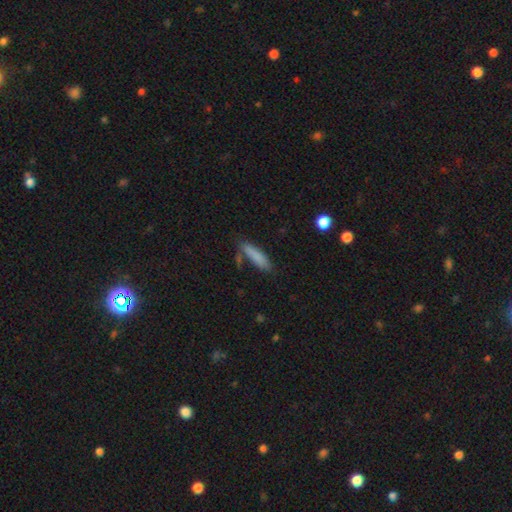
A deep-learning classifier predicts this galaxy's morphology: type=smooth (84%); roundness=cigar-shaped (71%); merging=none (73%).